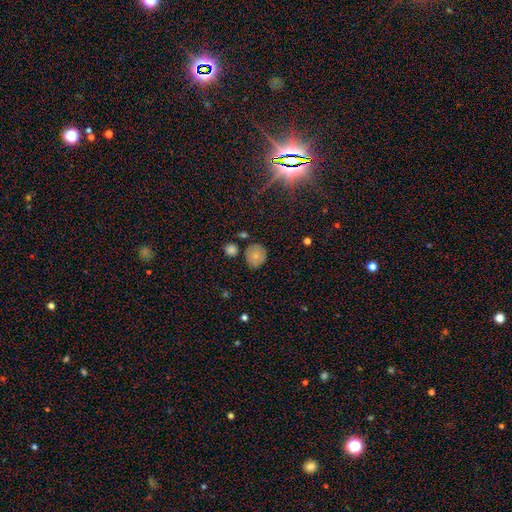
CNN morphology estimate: This appears to be a smooth galaxy with no disk features (77%) that is round (82%). Merging: none (74%).